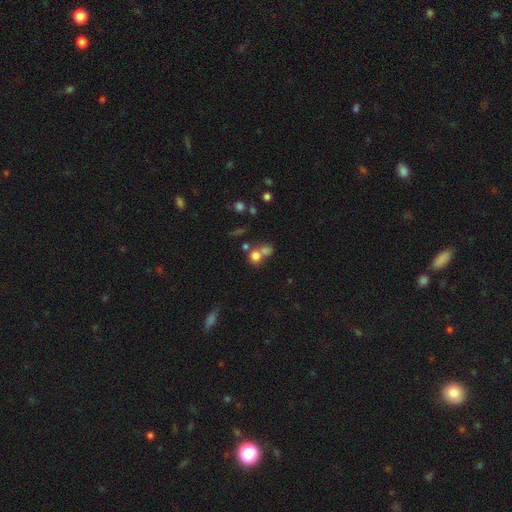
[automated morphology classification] The model was most divided on "merging": merger: 46%, none: 41%, minor disturbance: 8%, major disturbance: 5%. More confident: how rounded — round (81%); smooth or featured — smooth (74%).